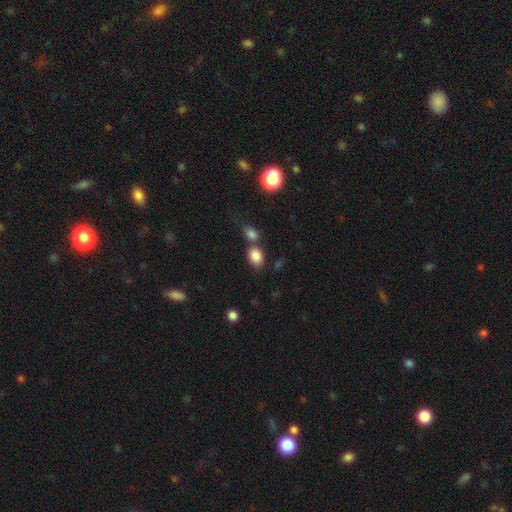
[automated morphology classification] A smooth galaxy with no disk features (85%) that is in between round and cigar-shaped (74%).

Vote fractions:
- Smooth or featured? smooth: 85% / star or artifact: 9% / featured or disk: 6%
- How rounded? in between: 74% / round: 24% / cigar-shaped: 1%
- Merging? none: 50% / merger: 34% / minor disturbance: 11% / major disturbance: 4%